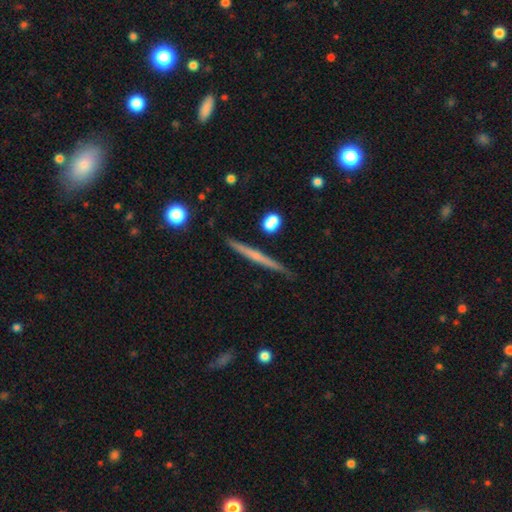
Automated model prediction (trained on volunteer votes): A featured or disk galaxy (58%) viewed edge-on (98%) with no central bulge (70%). Merging: none (89%).